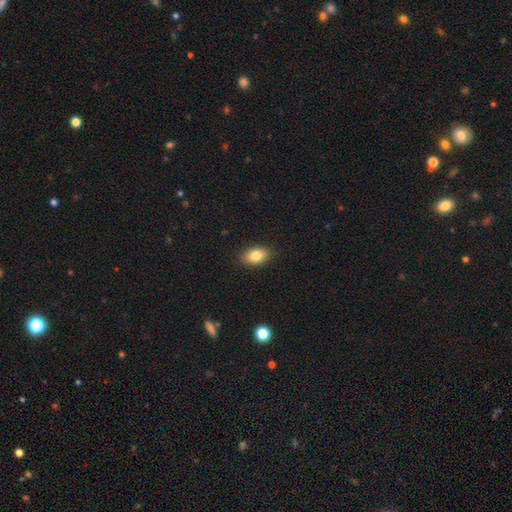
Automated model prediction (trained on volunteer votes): Q: Smooth or featured?
A: smooth (83%); runner-up: featured or disk (9%)
Q: How rounded?
A: in between (88%); runner-up: round (10%)
Q: Merging?
A: none (88%); runner-up: minor disturbance (9%)